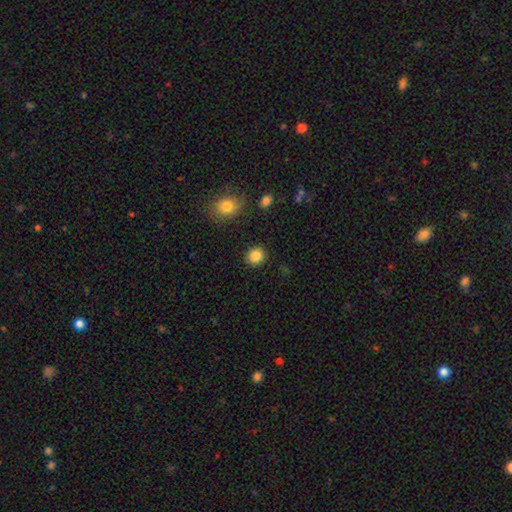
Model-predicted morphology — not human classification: The model was most divided on "how rounded": round: 85%, in between: 15%, cigar-shaped: 1%. More confident: merging — none (90%); smooth or featured — smooth (86%).